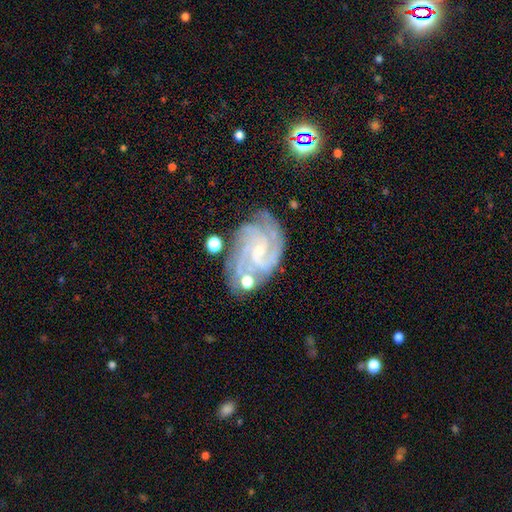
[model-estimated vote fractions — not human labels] Smooth or featured: featured or disk — 87% (star or artifact — 8%)
Edge-on disk: no — 97% (yes — 3%)
Bar: no — 48% (weak — 38%)
Spiral arms: yes — 98% (no — 2%)
Spiral winding: tight — 64% (medium — 31%)
Spiral arm count: 3 — 30% (4 — 21%)
Bulge size: small — 74% (moderate — 20%)
Merging: none — 71% (minor disturbance — 17%)